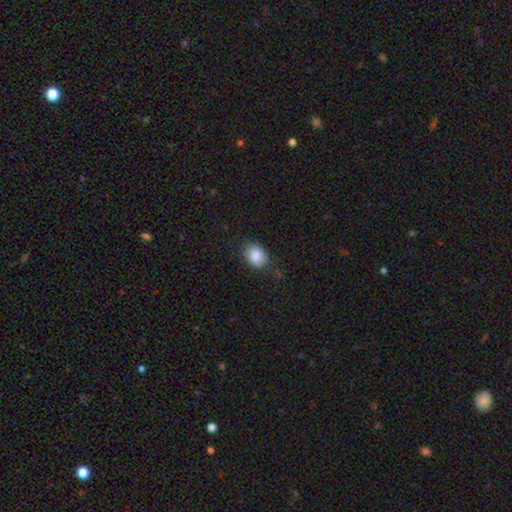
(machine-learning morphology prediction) smooth 86%, star or artifact 8%, featured or disk 6%. Down the decision tree: how rounded — in between (71%); merging — none (74%).